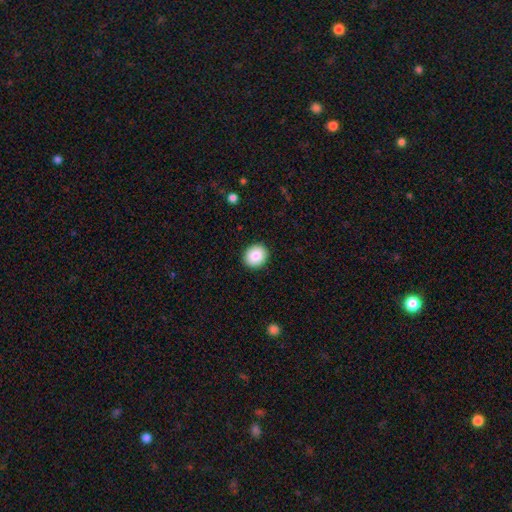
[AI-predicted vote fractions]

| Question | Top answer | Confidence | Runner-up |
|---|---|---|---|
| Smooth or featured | smooth | 86% | star or artifact (8%) |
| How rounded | round | 74% | in between (25%) |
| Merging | none | 91% | minor disturbance (6%) |